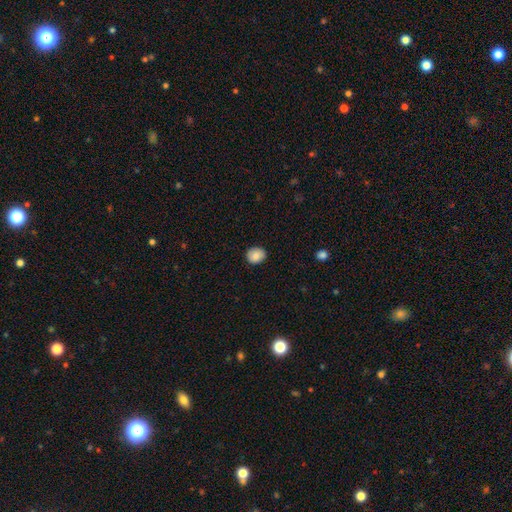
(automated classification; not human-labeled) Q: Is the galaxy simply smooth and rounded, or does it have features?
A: smooth — 86%.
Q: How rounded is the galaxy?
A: round — 70%.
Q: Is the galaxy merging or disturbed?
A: none — 86%.